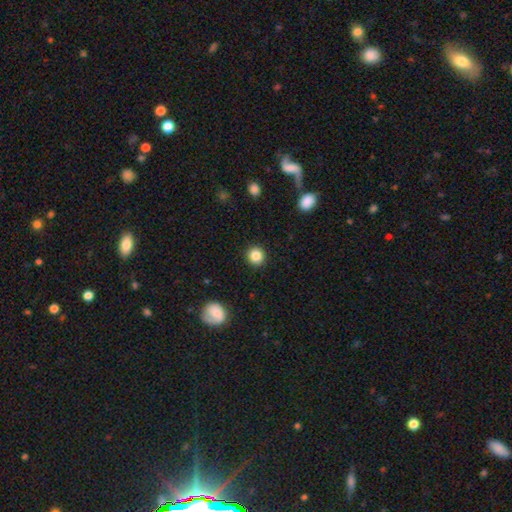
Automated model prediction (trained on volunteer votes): Overall: smooth (86%). How rounded: round (91%). Merging: none (92%).